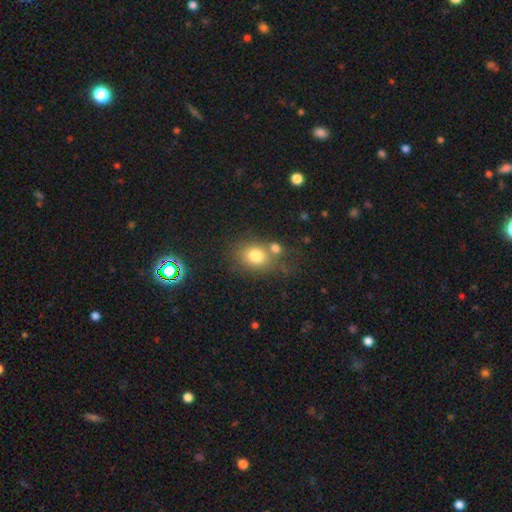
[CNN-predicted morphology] Overall: smooth (77%). How rounded: round (52%; in between 47%). Merging: none (53%; merger 26%).